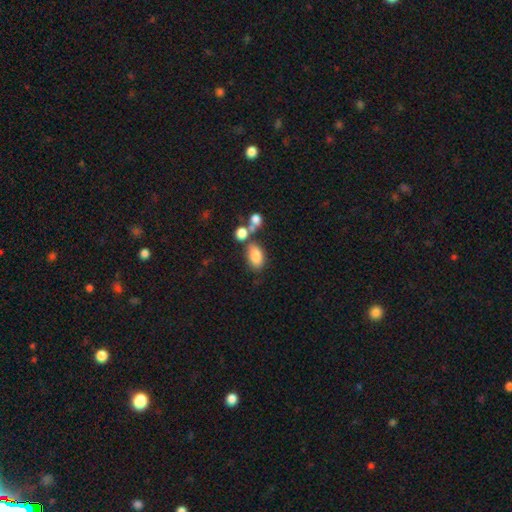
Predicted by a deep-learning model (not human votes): A smooth galaxy with no disk features (83%) that is in between round and cigar-shaped (88%). Merging: none (59%).